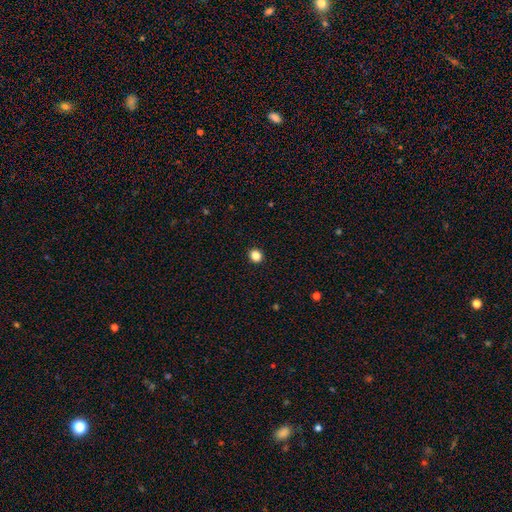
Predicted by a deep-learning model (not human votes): A smooth galaxy with no disk features (86%) that is round (79%).

Vote fractions:
- Smooth or featured? smooth: 86% / star or artifact: 11% / featured or disk: 3%
- How rounded? round: 79% / in between: 20% / cigar-shaped: 1%
- Merging? none: 93% / minor disturbance: 5% / major disturbance: 2% / merger: 1%